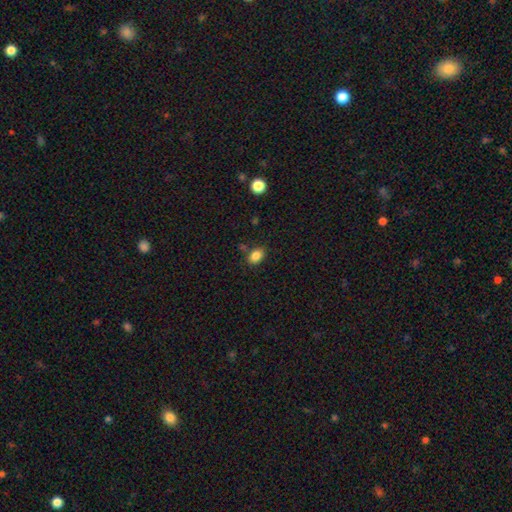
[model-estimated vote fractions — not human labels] The model was most divided on "how rounded": in between: 78%, round: 21%, cigar-shaped: 1%. More confident: smooth or featured — smooth (85%); merging — none (78%).